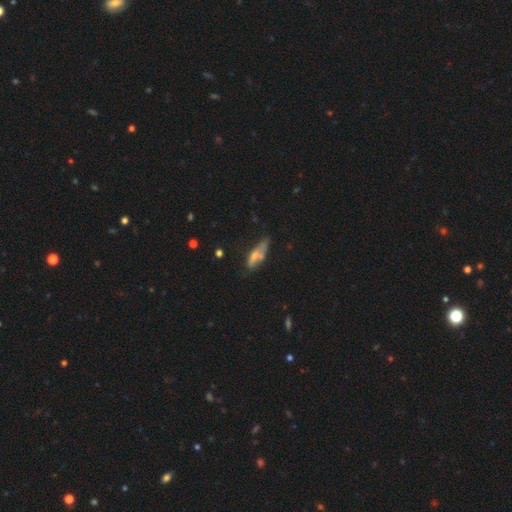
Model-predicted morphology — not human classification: type=smooth (57%); roundness=cigar-shaped (53%); merging=none (39%).